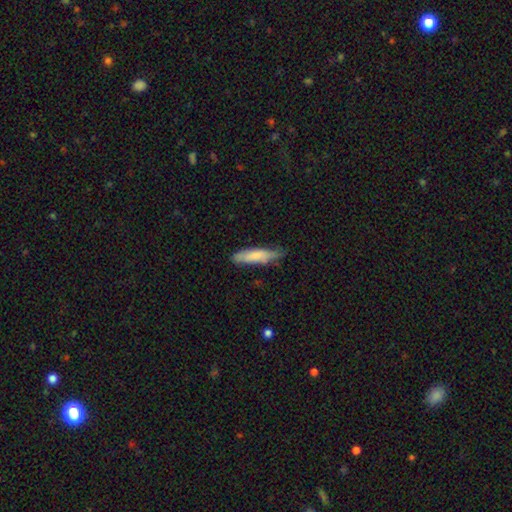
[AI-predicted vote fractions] This appears to be a smooth galaxy with no disk features (77%) that is cigar-shaped (74%). Merging: none (63%).